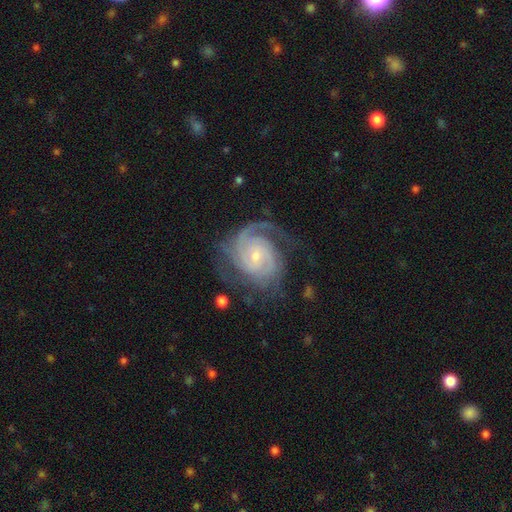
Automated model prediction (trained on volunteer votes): A featured or disk galaxy (91%) with no bar (61%), 2 (33%) tight (64%) spiral arms (98%) and a small central bulge (75%).

Vote fractions:
- Smooth or featured? featured or disk: 91% / smooth: 5% / star or artifact: 5%
- Edge-on disk? no: 98% / yes: 2%
- Bar? no: 61% / weak: 32% / strong: 7%
- Spiral arms? yes: 98% / no: 2%
- Spiral winding? tight: 64% / medium: 30% / loose: 6%
- Spiral arm count? 2: 33% / 3: 28% / can't tell: 18% / 4: 9% / 1: 7% / more than 4: 6%
- Bulge size? small: 75% / moderate: 21% / none: 2% / large: 1% / dominant: 1%
- Merging? none: 67% / minor disturbance: 18% / major disturbance: 13% / merger: 2%